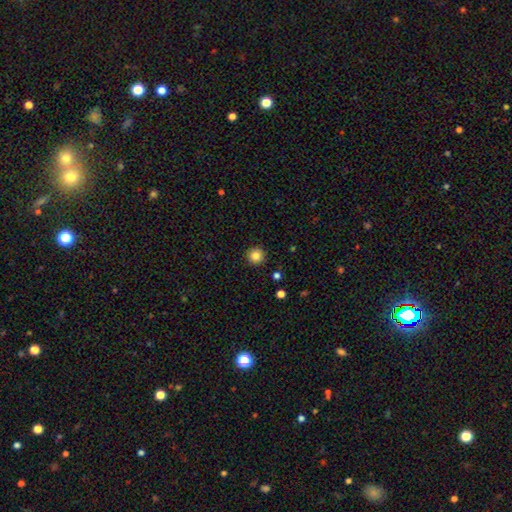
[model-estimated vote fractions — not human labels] Morphology: type=smooth (84%); roundness=round (95%); merging=none (92%).